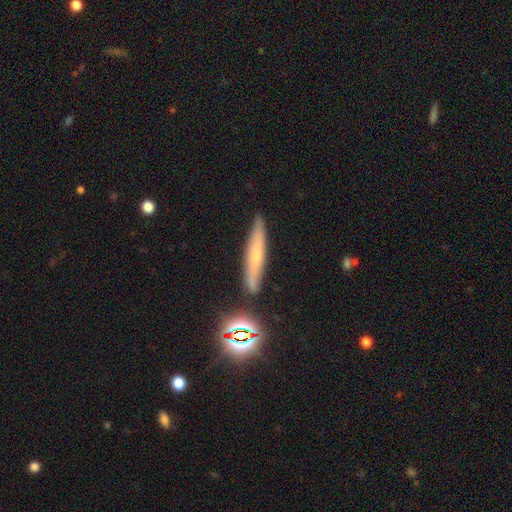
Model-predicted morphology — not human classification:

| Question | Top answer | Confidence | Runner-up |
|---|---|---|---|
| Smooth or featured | smooth | 44% | featured or disk (40%) |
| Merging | none | 83% | minor disturbance (11%) |